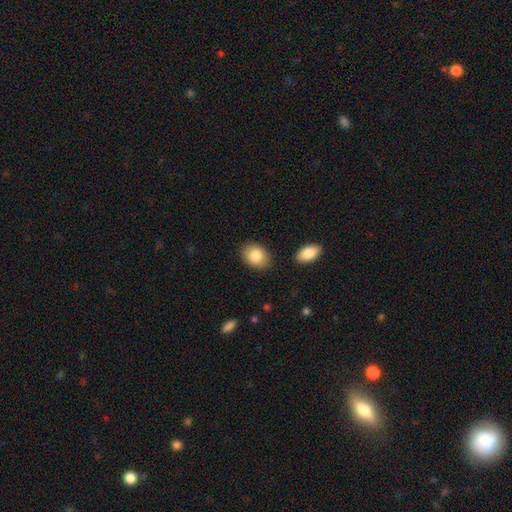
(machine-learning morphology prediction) Q: Smooth or featured?
A: smooth (85%); runner-up: featured or disk (9%)
Q: How rounded?
A: in between (79%); runner-up: round (20%)
Q: Merging?
A: none (83%); runner-up: minor disturbance (11%)